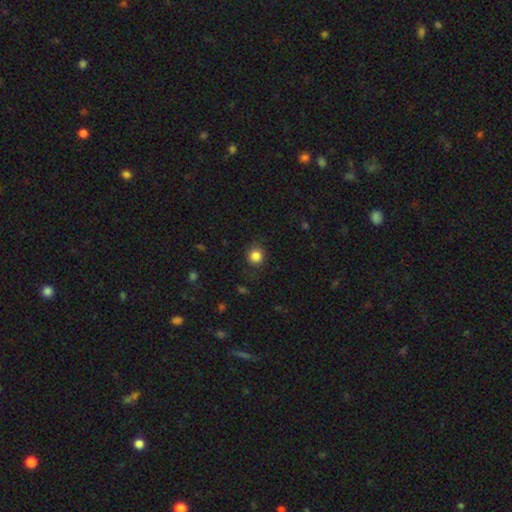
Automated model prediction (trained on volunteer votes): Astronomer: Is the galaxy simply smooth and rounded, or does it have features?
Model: smooth — 84%.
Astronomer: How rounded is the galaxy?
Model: round — 89%.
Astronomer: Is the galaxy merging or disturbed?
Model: none — 85%.